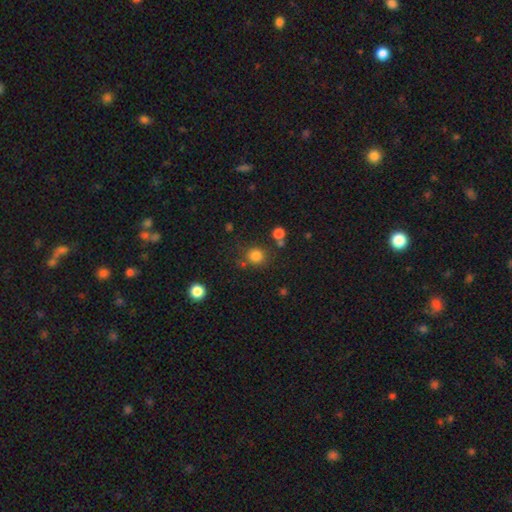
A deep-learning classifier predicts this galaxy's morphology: The model was most divided on "merging": none: 76%, minor disturbance: 11%, merger: 8%, major disturbance: 5%. More confident: how rounded — round (88%); smooth or featured — smooth (82%).